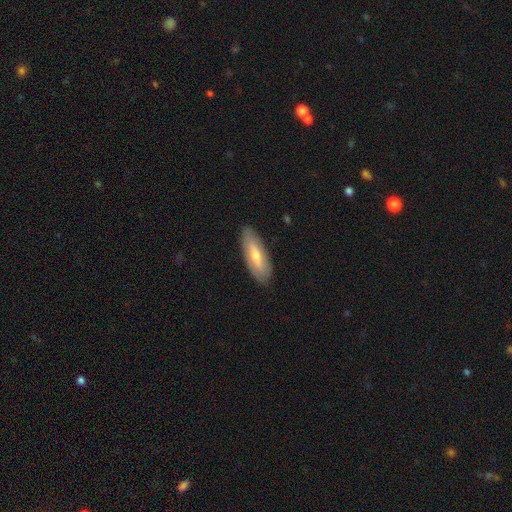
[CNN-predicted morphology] This appears to be a smooth galaxy with no disk features (54%) that is in between round and cigar-shaped (59%). Merging: none (86%).